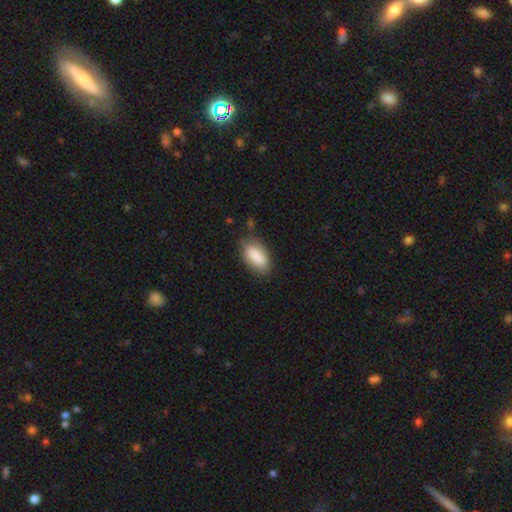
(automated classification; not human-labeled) The model was most divided on "merging": none: 75%, minor disturbance: 19%, major disturbance: 4%, merger: 2%. More confident: how rounded — in between (91%); smooth or featured — smooth (81%).